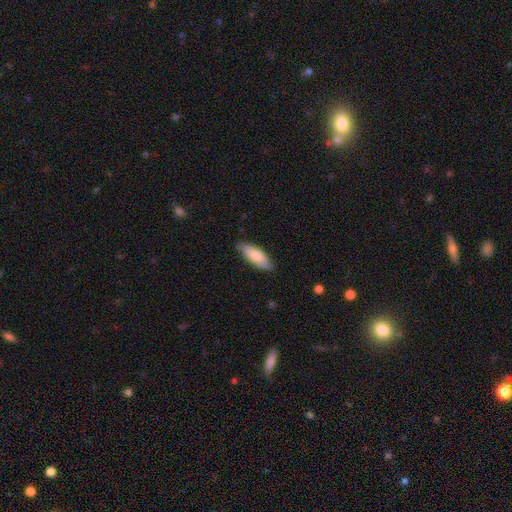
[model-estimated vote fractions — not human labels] Overall: smooth (81%). How rounded: in between (67%; cigar-shaped 31%). Merging: none (84%).